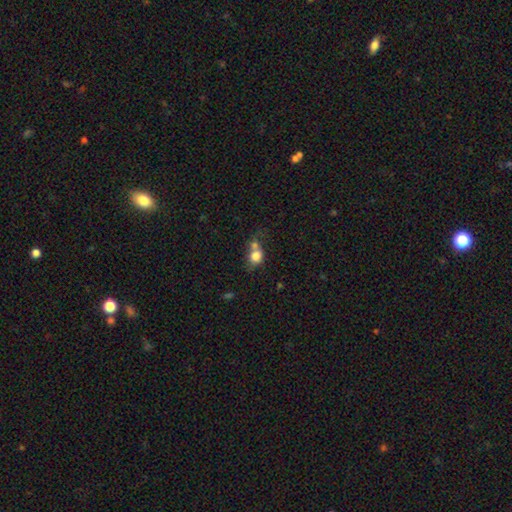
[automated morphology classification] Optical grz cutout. It shows a smooth galaxy with no disk features (79%) that is round (61%). Merging: merger (47%).